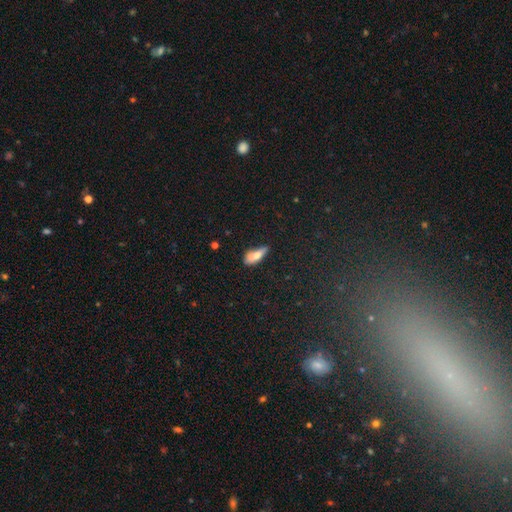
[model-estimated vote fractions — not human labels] Smooth or featured: smooth — 71% (featured or disk — 20%)
How rounded: in between — 64% (cigar-shaped — 33%)
Merging: none — 50% (minor disturbance — 34%)